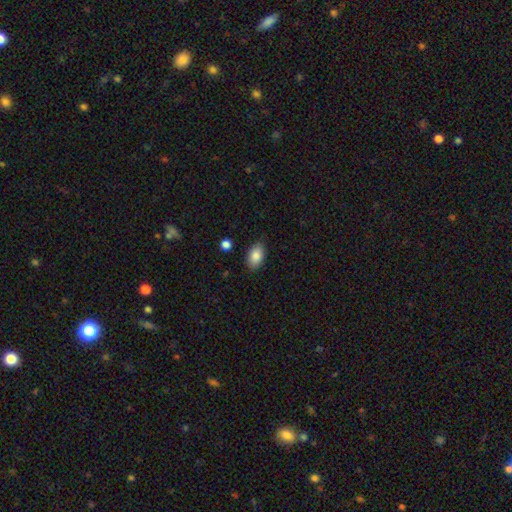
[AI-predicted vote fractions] Morphology: type=smooth (87%); roundness=in between (92%); merging=none (85%).